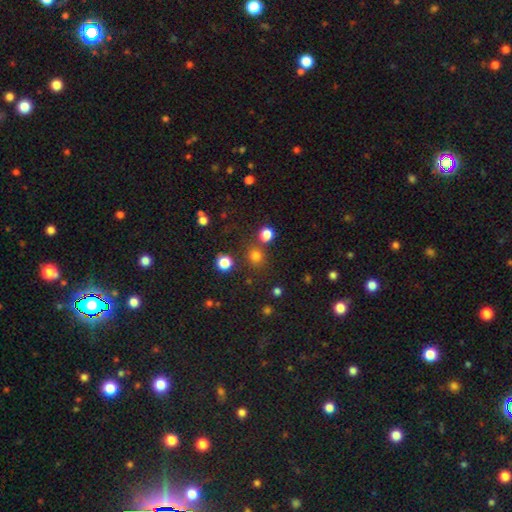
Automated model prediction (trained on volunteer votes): This is likely a smooth galaxy (75%). How rounded: clearly round (87%). Merging: likely none (77%).